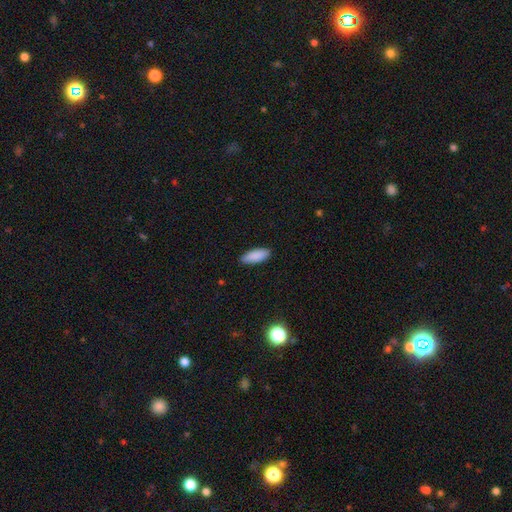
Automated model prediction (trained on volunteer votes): This appears to be a smooth galaxy with no disk features (90%) that is in between round and cigar-shaped (78%). Merging: none (89%).